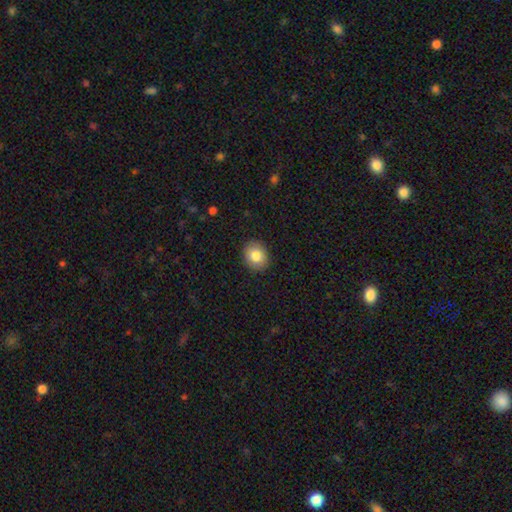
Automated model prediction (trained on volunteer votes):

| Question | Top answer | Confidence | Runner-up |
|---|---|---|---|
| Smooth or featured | smooth | 83% | featured or disk (9%) |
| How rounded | round | 59% | in between (40%) |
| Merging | none | 89% | minor disturbance (8%) |